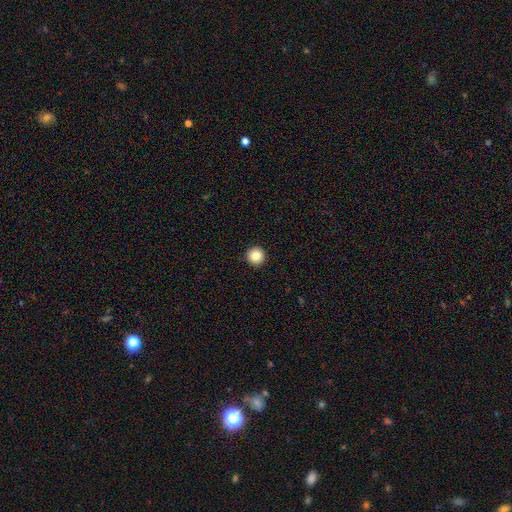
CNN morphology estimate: A smooth galaxy with no disk features (85%) that is round (96%). Merging: none (94%).